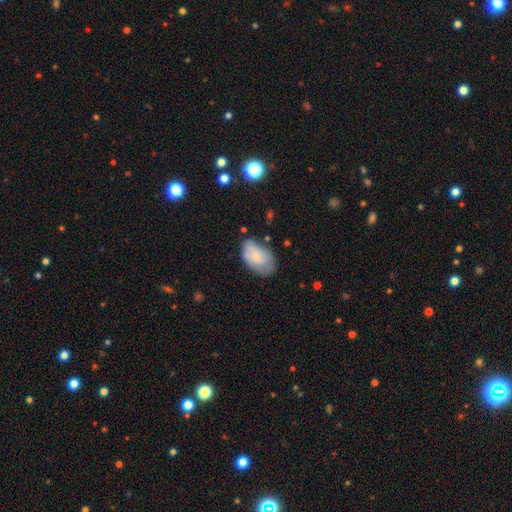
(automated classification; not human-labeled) Morphology: type=smooth (65%); roundness=in between (92%); merging=none (58%).